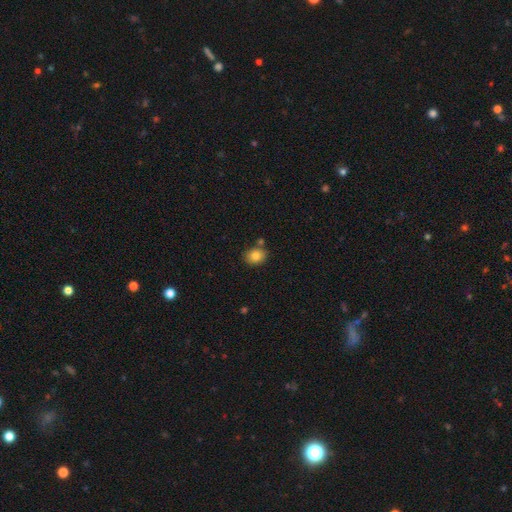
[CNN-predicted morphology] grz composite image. It shows a smooth galaxy with no disk features (82%) that is round (58%). Merging: none (75%).